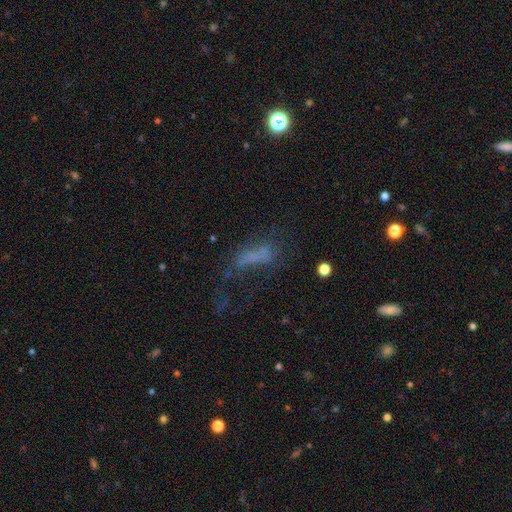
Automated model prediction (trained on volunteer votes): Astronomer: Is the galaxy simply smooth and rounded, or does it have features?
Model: smooth — 43% (runner-up: featured or disk, 32%).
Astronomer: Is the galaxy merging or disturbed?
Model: major disturbance — 41% (runner-up: none, 31%).